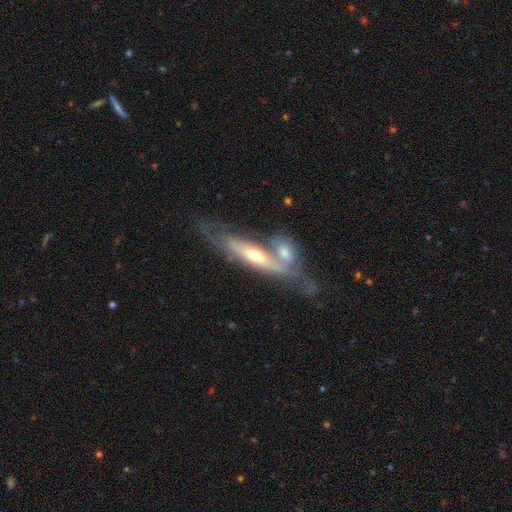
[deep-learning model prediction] featured or disk 65%, smooth 29%, star or artifact 6%. Down the decision tree: edge-on disk — no (50%, tied with yes); merging — merger (50%).